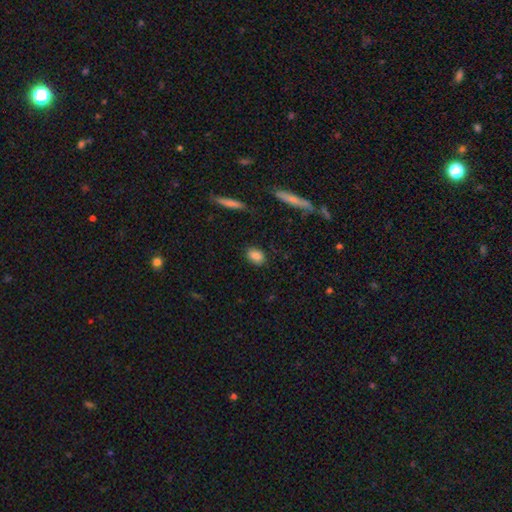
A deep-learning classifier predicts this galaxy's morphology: This is clearly a smooth galaxy (85%). How rounded: likely in between (73%). Merging: clearly none (86%).